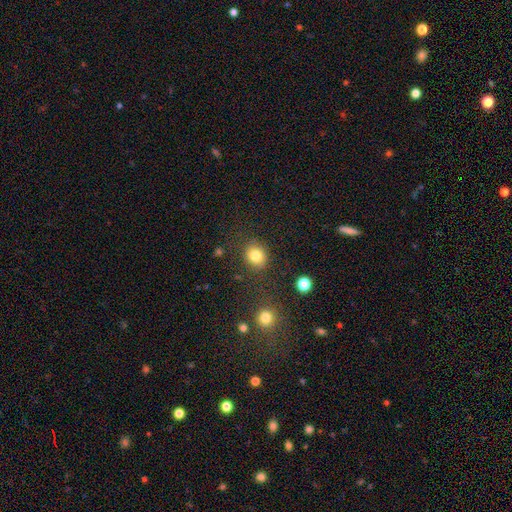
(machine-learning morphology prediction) smooth_or_featured: smooth (p=0.82) [alt: star or artifact p=0.11]
how_rounded: round (p=0.74) [alt: in between p=0.26]
merging: none (p=0.83) [alt: minor disturbance p=0.10]